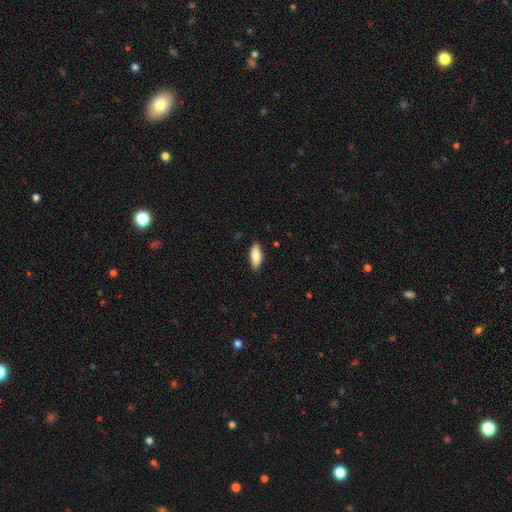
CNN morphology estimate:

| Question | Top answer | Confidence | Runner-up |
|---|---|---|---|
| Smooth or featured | smooth | 80% | featured or disk (15%) |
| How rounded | in between | 77% | cigar-shaped (20%) |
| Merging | none | 87% | minor disturbance (10%) |